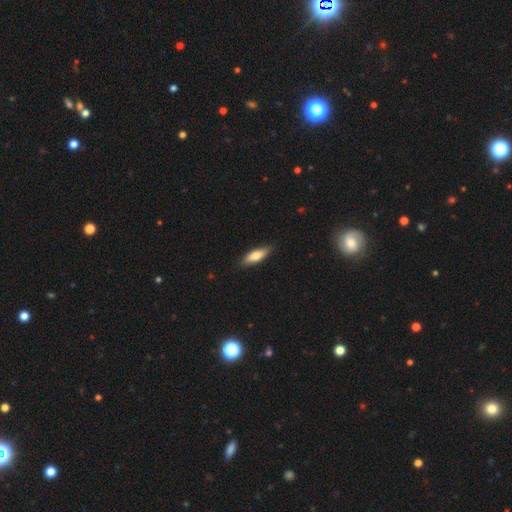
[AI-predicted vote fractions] A smooth galaxy with no disk features (74%) that is in between round and cigar-shaped (51%).

Vote fractions:
- Smooth or featured? smooth: 74% / featured or disk: 21% / star or artifact: 6%
- How rounded? in between: 51% / cigar-shaped: 47% / round: 2%
- Merging? none: 85% / minor disturbance: 12% / major disturbance: 2% / merger: 1%